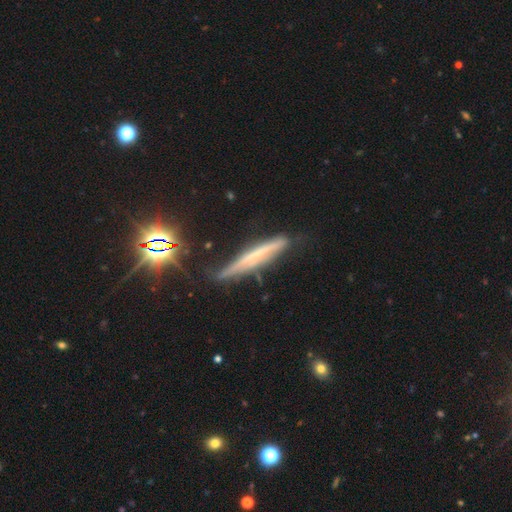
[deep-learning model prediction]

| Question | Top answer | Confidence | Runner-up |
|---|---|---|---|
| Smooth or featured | featured or disk | 56% | smooth (31%) |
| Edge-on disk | yes | 89% | no (11%) |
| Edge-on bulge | none | 61% | rounded (27%) |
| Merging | none | 64% | minor disturbance (25%) |